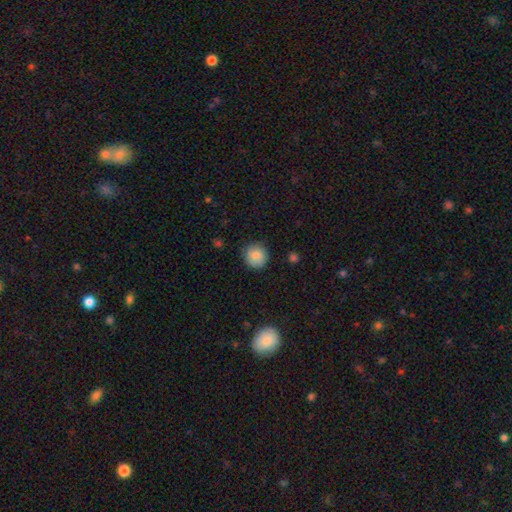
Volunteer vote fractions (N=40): Smooth or featured? 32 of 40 (80%) said smooth. How rounded? 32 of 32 (100%) said round. Merging? 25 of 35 (71%) said none.